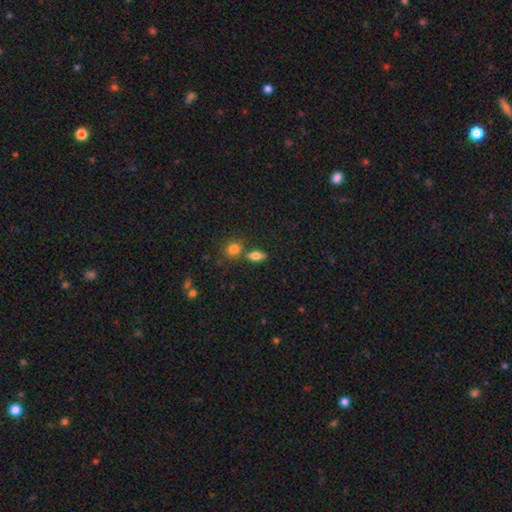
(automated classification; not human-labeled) This is likely a smooth galaxy (73%). How rounded: likely in between (78%). Merging: likely none (66%).